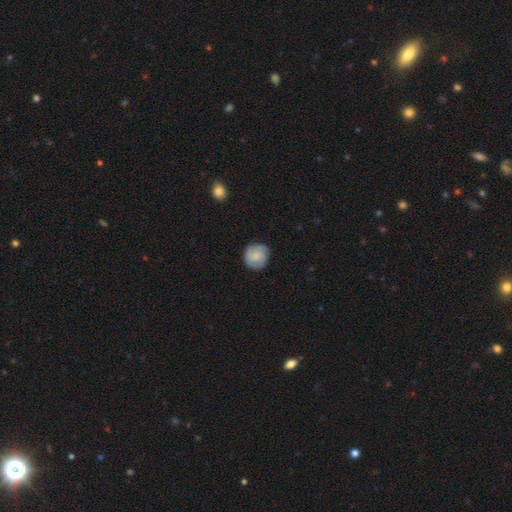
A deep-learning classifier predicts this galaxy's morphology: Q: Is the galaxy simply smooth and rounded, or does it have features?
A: smooth — 66%.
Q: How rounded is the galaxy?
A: round — 89%.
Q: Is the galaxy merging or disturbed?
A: none — 79%.